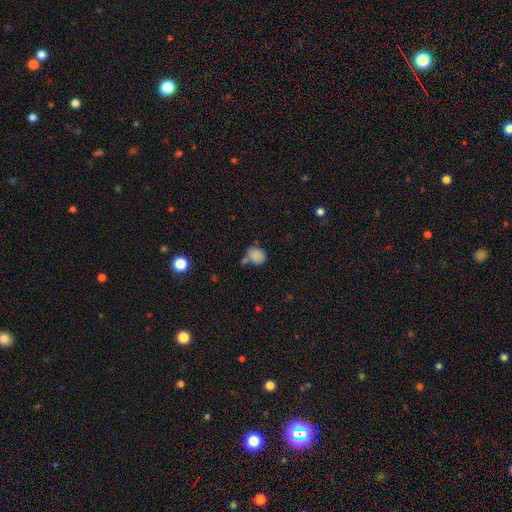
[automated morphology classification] This is clearly a smooth galaxy (85%). How rounded: likely round (66%). Merging: possibly none (55%).